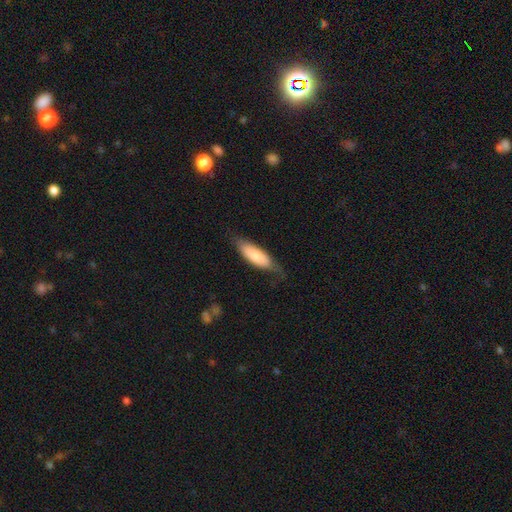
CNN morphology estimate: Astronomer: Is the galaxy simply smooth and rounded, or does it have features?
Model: smooth — 78%.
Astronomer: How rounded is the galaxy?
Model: in between — 61% (runner-up: cigar-shaped, 38%).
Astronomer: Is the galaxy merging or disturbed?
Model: none — 64%.